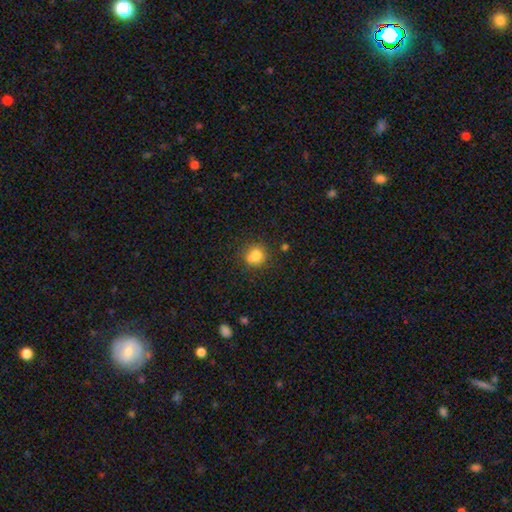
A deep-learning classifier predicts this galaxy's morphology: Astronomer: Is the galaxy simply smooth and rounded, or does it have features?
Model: smooth — 78%.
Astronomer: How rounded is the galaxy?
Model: round — 85%.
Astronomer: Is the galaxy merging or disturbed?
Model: none — 67%.